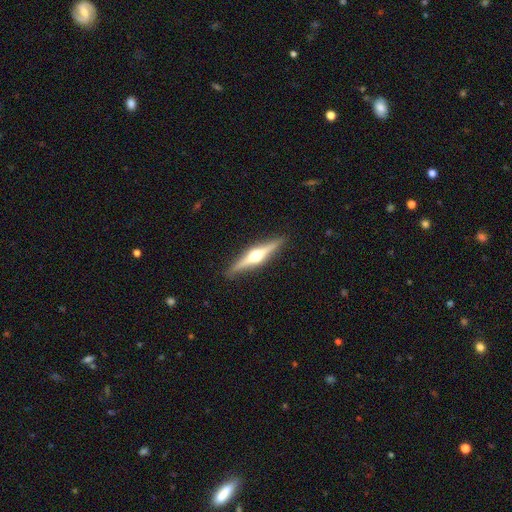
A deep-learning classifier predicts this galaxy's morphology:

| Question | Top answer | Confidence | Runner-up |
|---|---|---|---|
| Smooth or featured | featured or disk | 77% | smooth (18%) |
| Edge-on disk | yes | 98% | no (2%) |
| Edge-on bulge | rounded | 96% | boxy (2%) |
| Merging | none | 91% | minor disturbance (7%) |